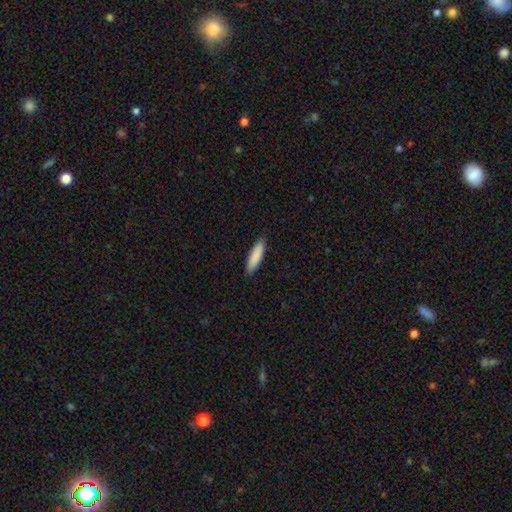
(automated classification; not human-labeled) This appears to be a smooth galaxy with no disk features (88%) that is cigar-shaped (71%). Merging: none (90%).